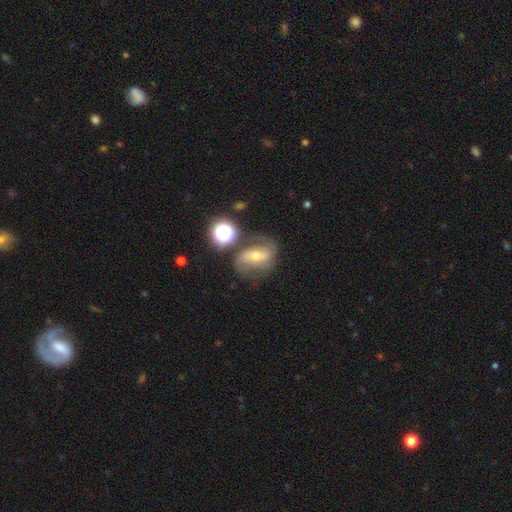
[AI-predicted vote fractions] Smooth or featured? featured or disk (72%)
Edge-on disk? no (95%)
Bar? strong (43%)
Spiral arms? yes (87%)
Spiral winding? medium (44%)
Spiral arm count? 2 (82%)
Bulge size? moderate (54%)
Merging? none (63%)